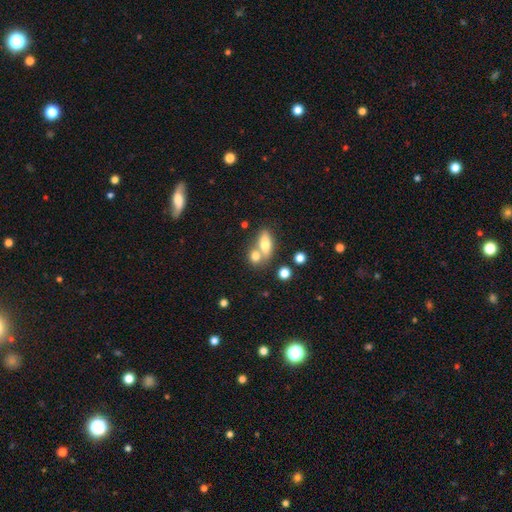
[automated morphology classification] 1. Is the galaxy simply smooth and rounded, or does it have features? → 73% smooth, 18% featured or disk, 9% star or artifact.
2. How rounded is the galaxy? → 63% in between, 27% round, 11% cigar-shaped.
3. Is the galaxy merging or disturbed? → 50% merger, 37% none, 8% minor disturbance, 4% major disturbance.